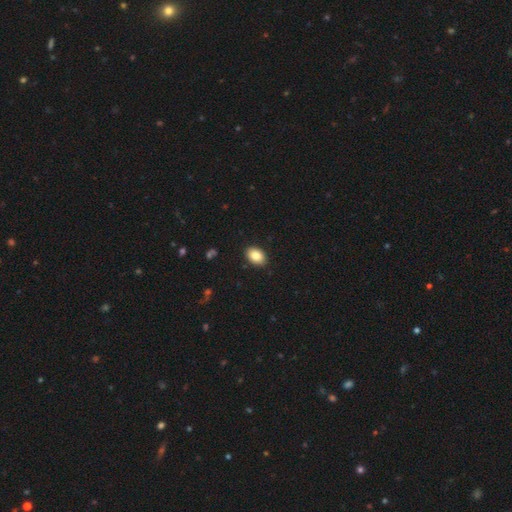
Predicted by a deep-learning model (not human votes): Morphology: type=smooth (86%); roundness=in between (85%); merging=none (90%).